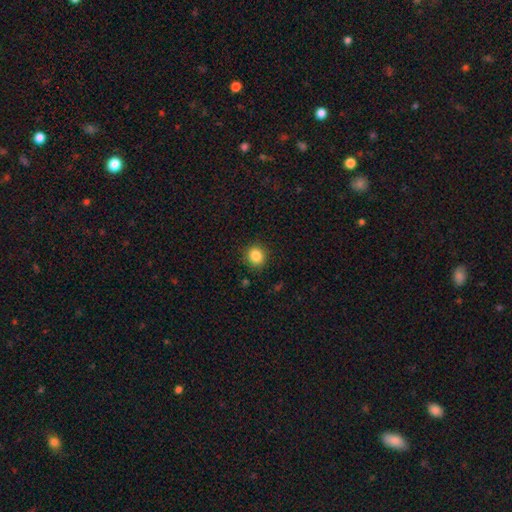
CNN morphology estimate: Q: Smooth or featured?
A: smooth (85%); runner-up: star or artifact (11%)
Q: How rounded?
A: round (87%); runner-up: in between (12%)
Q: Merging?
A: none (89%); runner-up: minor disturbance (7%)